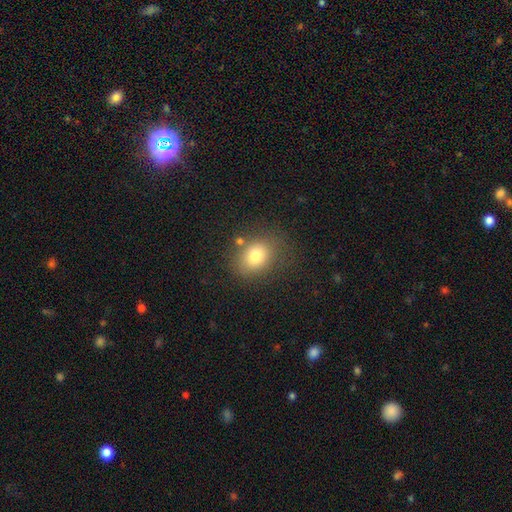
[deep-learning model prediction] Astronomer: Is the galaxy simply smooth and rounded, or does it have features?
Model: smooth — 78%.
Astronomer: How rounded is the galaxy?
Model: in between — 54% (runner-up: round, 45%).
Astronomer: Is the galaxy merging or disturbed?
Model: none — 71%.